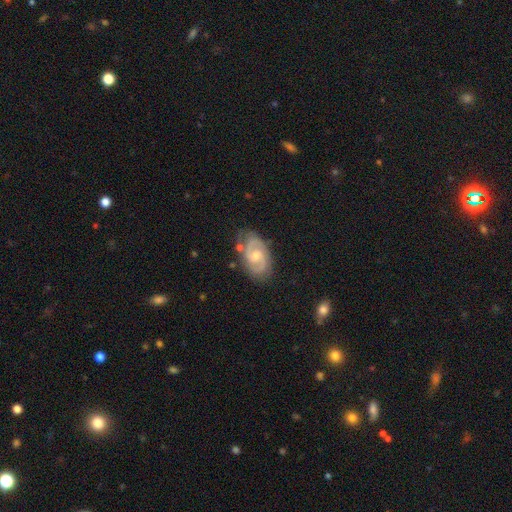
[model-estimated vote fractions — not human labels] Overall: featured or disk (87%). Edge-on disk: no (97%). Bar: no (49%; weak 43%). Spiral arms: yes (97%). Spiral arm count: 2 (89%). Spiral winding: medium (49%; tight 41%). Bulge size: moderate (53%; small 42%). Merging: none (76%).